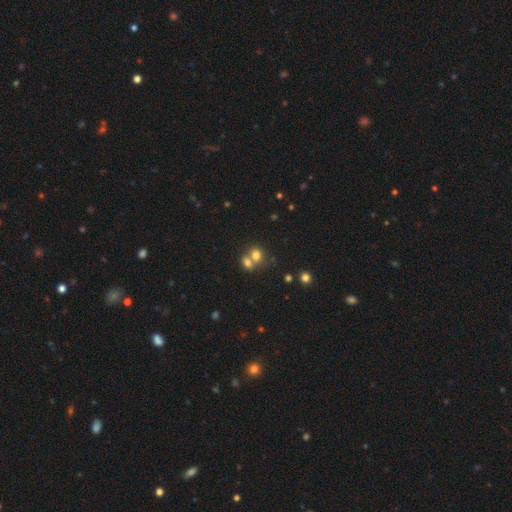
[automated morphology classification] Smooth or featured? smooth (73%)
How rounded? round (59%)
Merging? merger (58%)